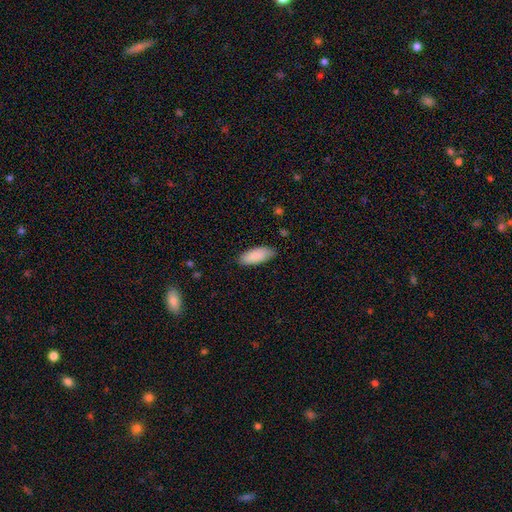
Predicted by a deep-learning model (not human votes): A smooth galaxy with no disk features (90%) that is in between round and cigar-shaped (84%). Merging: none (83%).